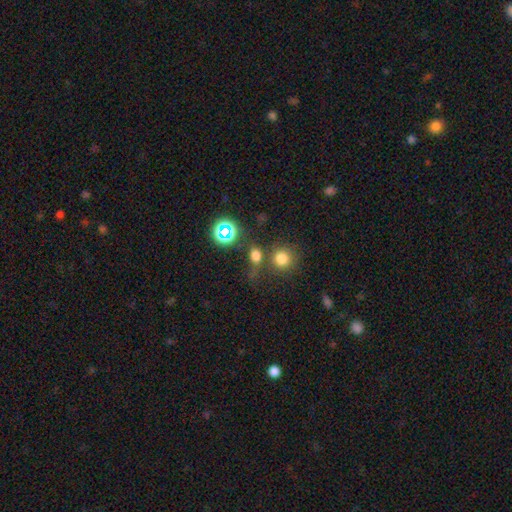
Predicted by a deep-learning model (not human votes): Smooth or featured? smooth (67%)
How rounded? round (66%)
Merging? none (60%)